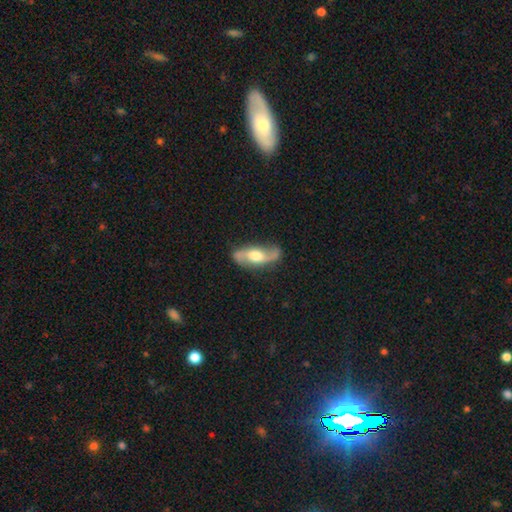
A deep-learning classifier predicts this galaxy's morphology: Smooth or featured?
  - featured or disk: 77% *
  - smooth: 18%
  - star or artifact: 5%
Edge-on disk?
  - no: 87% *
  - yes: 13%
Bar?
  - no: 48% *
  - weak: 38%
  - strong: 14%
Spiral arms?
  - yes: 93% *
  - no: 7%
Spiral winding?
  - loose: 64% *
  - medium: 28%
  - tight: 8%
Spiral arm count?
  - 2: 92% *
  - can't tell: 3%
  - 1: 2%
  - 3: 1%
  - 4: 1%
  - more than 4: 1%
Bulge size?
  - moderate: 64% *
  - large: 24%
  - small: 10%
  - dominant: 2%
  - none: 2%
Merging?
  - none: 80% *
  - minor disturbance: 14%
  - major disturbance: 4%
  - merger: 2%